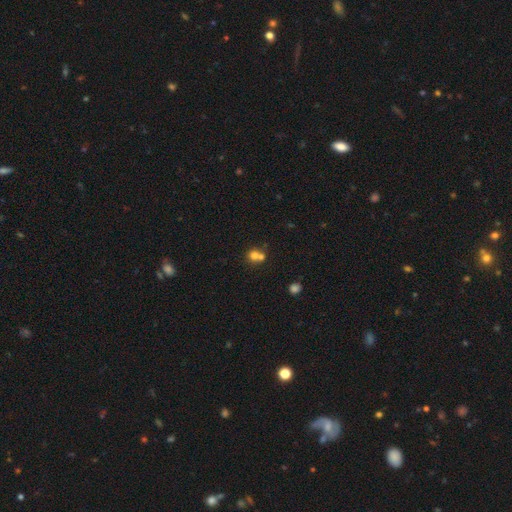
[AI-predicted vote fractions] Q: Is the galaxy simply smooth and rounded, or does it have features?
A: smooth — 72%.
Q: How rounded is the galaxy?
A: round — 83%.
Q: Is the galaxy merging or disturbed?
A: merger — 54%.